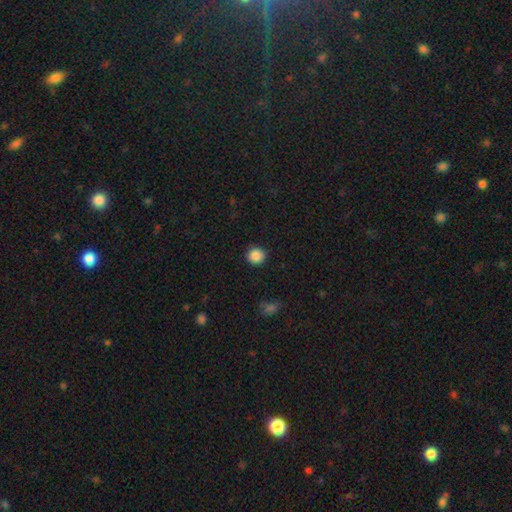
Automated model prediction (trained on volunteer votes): The model was most divided on "smooth or featured": smooth: 88%, star or artifact: 9%, featured or disk: 3%. More confident: how rounded — round (93%); merging — none (91%).